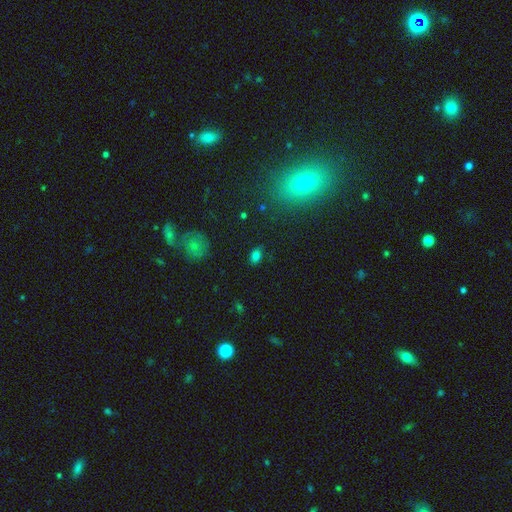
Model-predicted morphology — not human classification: smooth_or_featured: smooth (p=0.78) [alt: star or artifact p=0.15]
how_rounded: in between (p=0.83) [alt: round p=0.14]
merging: none (p=0.83) [alt: minor disturbance p=0.12]